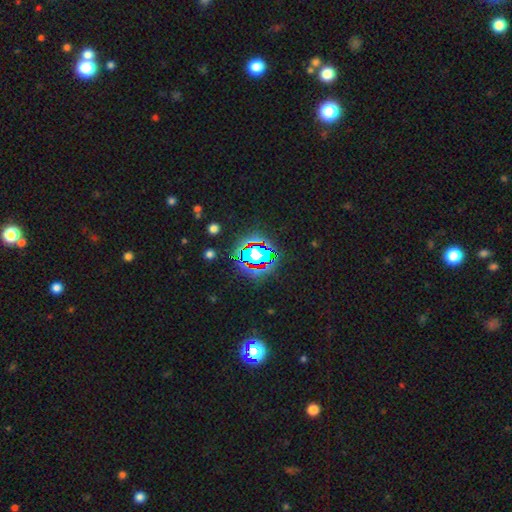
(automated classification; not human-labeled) Smooth or featured? star or artifact (62%)